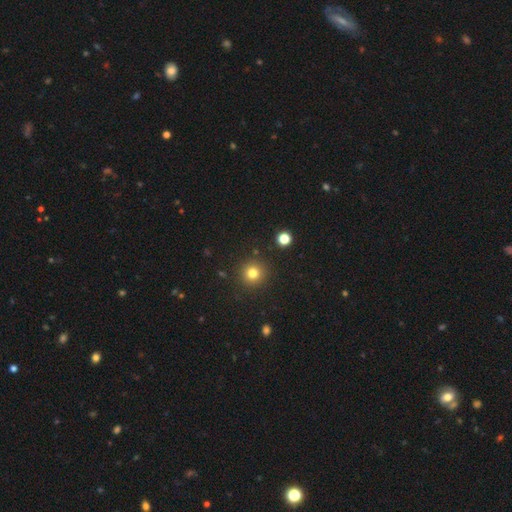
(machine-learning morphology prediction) Q: Smooth or featured?
A: smooth (49%); runner-up: star or artifact (43%)
Q: Merging?
A: none (86%); runner-up: minor disturbance (7%)